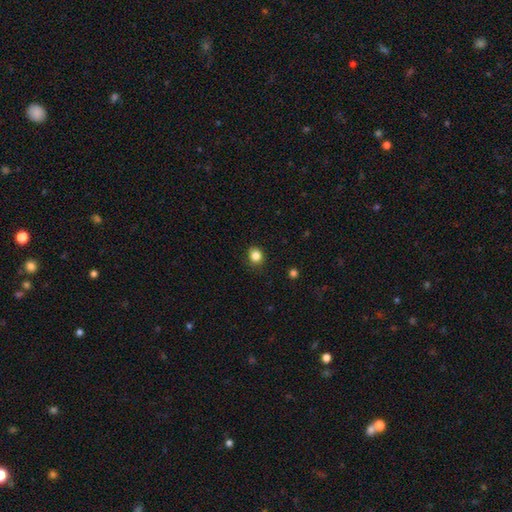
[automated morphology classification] A smooth galaxy with no disk features (84%) that is round (77%).

Vote fractions:
- Smooth or featured? smooth: 84% / star or artifact: 11% / featured or disk: 4%
- How rounded? round: 77% / in between: 22% / cigar-shaped: 1%
- Merging? none: 85% / minor disturbance: 12% / major disturbance: 3% / merger: 1%